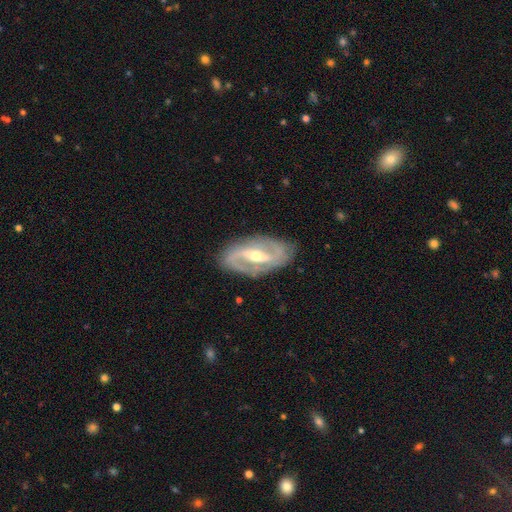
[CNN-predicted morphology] A featured or disk galaxy (88%) with a strong bar (47%), 2 (88%) medium (49%) spiral arms (94%) and a moderate central bulge (54%).

Vote fractions:
- Smooth or featured? featured or disk: 88% / smooth: 7% / star or artifact: 5%
- Edge-on disk? no: 95% / yes: 5%
- Bar? strong: 47% / weak: 37% / no: 16%
- Spiral arms? yes: 94% / no: 6%
- Spiral winding? medium: 49% / tight: 26% / loose: 25%
- Spiral arm count? 2: 88% / can't tell: 5% / 1: 2% / 3: 2% / 4: 1% / more than 4: 1%
- Bulge size? moderate: 54% / small: 42% / large: 2% / none: 1% / dominant: 1%
- Merging? none: 83% / minor disturbance: 12% / major disturbance: 4% / merger: 1%